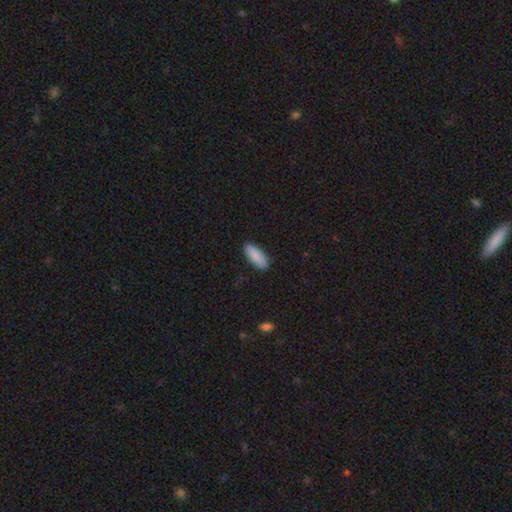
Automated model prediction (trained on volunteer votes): Q: Smooth or featured?
A: smooth (88%); runner-up: featured or disk (7%)
Q: How rounded?
A: in between (73%); runner-up: cigar-shaped (25%)
Q: Merging?
A: none (88%); runner-up: minor disturbance (9%)